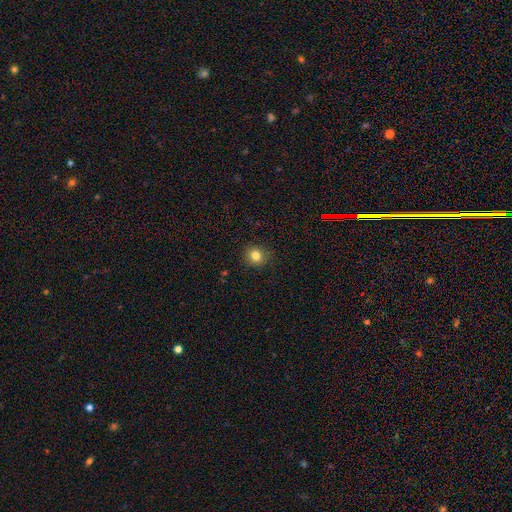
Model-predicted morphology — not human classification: The model was most divided on "smooth or featured": smooth: 81%, star or artifact: 12%, featured or disk: 7%. More confident: merging — none (90%); how rounded — round (86%).